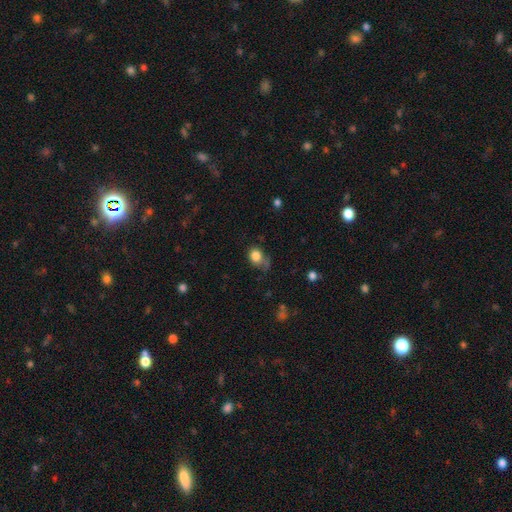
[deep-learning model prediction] Smooth or featured? smooth (83%)
How rounded? round (56%)
Merging? none (48%)